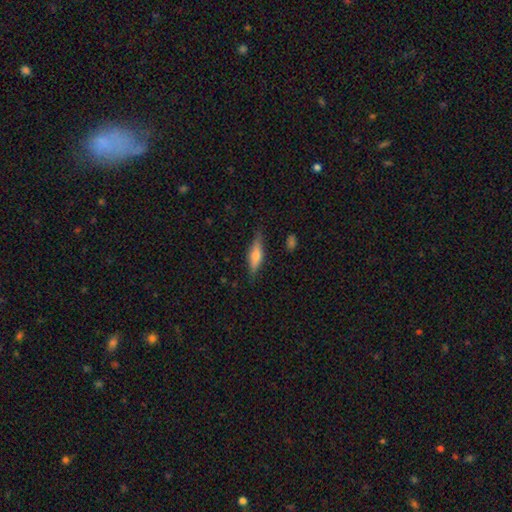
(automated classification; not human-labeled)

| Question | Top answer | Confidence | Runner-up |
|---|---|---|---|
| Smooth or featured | smooth | 51% | featured or disk (42%) |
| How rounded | cigar-shaped | 66% | in between (32%) |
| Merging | none | 82% | minor disturbance (14%) |